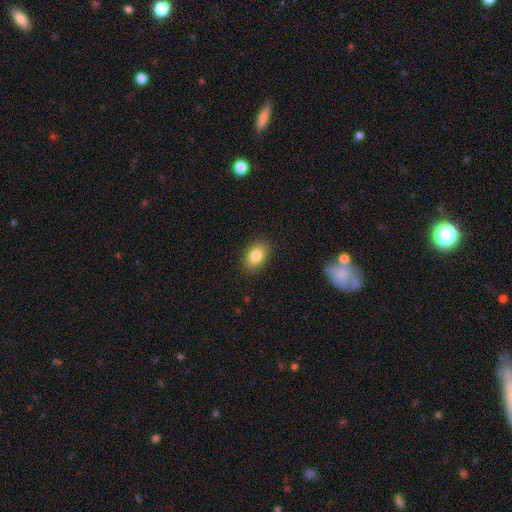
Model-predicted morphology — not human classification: Smooth or featured: smooth — 84% (star or artifact — 8%)
How rounded: in between — 86% (round — 13%)
Merging: none — 88% (minor disturbance — 9%)